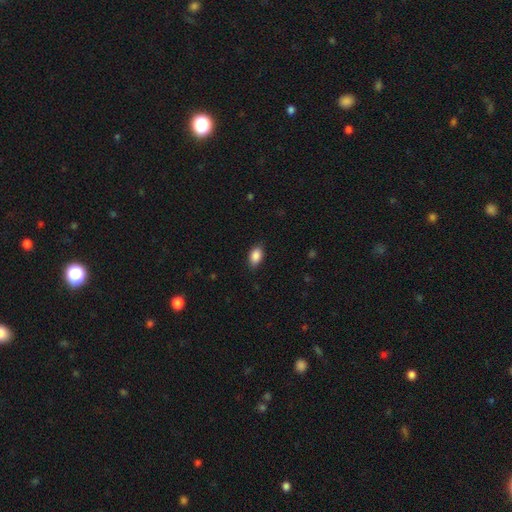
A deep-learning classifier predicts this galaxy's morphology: The model was most divided on "merging": none: 84%, minor disturbance: 12%, major disturbance: 3%, merger: 1%. More confident: how rounded — in between (89%); smooth or featured — smooth (88%).